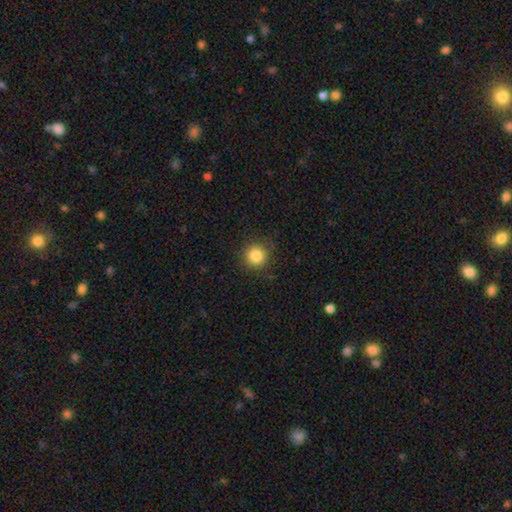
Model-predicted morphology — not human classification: A smooth galaxy with no disk features (85%) that is round (94%).

Vote fractions:
- Smooth or featured? smooth: 85% / star or artifact: 11% / featured or disk: 4%
- How rounded? round: 94% / in between: 5% / cigar-shaped: 1%
- Merging? none: 89% / minor disturbance: 8% / major disturbance: 3% / merger: 1%